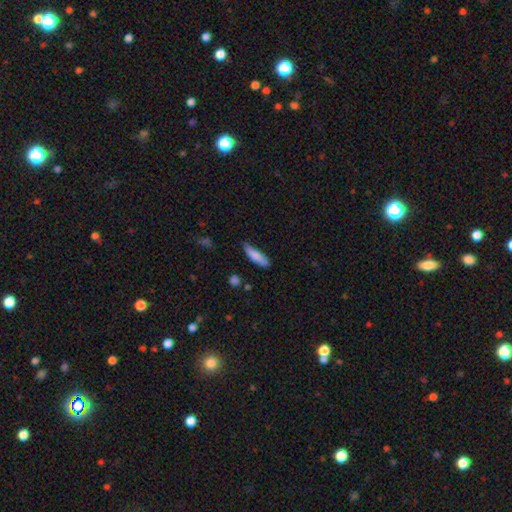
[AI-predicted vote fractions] smooth 81%, featured or disk 13%, star or artifact 6%. Down the decision tree: how rounded — cigar-shaped (68%); merging — none (69%).